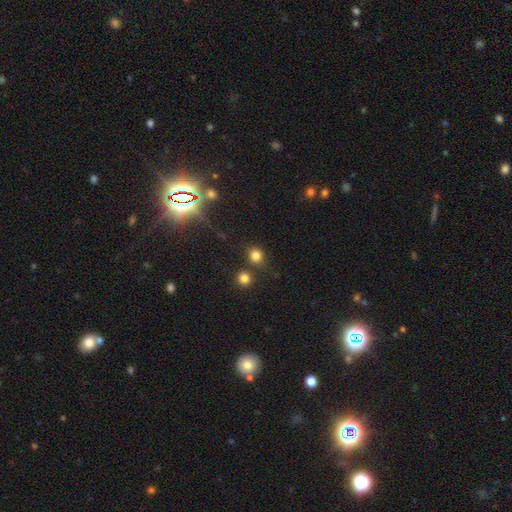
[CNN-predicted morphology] Smooth or featured: smooth — 78% (star or artifact — 17%)
How rounded: round — 85% (in between — 14%)
Merging: none — 77% (merger — 12%)